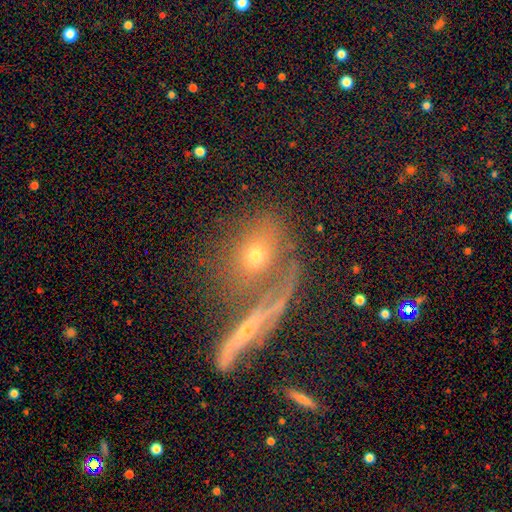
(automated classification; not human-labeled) Smooth or featured?
  - smooth: 51% *
  - featured or disk: 33%
  - star or artifact: 16%
How rounded?
  - round: 49% *
  - in between: 43%
  - cigar-shaped: 7%
Merging?
  - none: 52% *
  - merger: 25%
  - minor disturbance: 13%
  - major disturbance: 10%